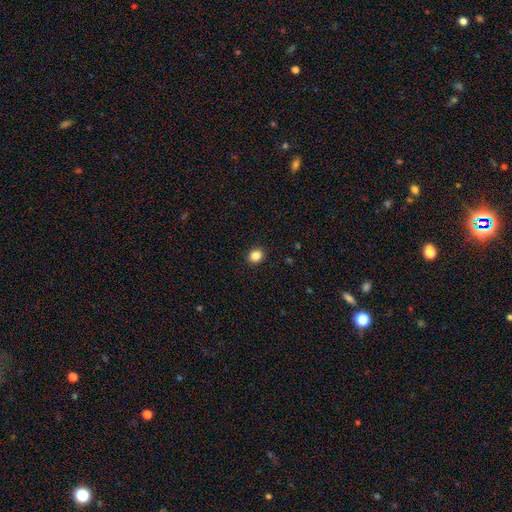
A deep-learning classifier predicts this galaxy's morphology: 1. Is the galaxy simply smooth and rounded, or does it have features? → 85% smooth, 11% star or artifact, 4% featured or disk.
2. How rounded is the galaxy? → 73% round, 26% in between, 1% cigar-shaped.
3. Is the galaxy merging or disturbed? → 92% none, 5% minor disturbance, 2% major disturbance, 1% merger.